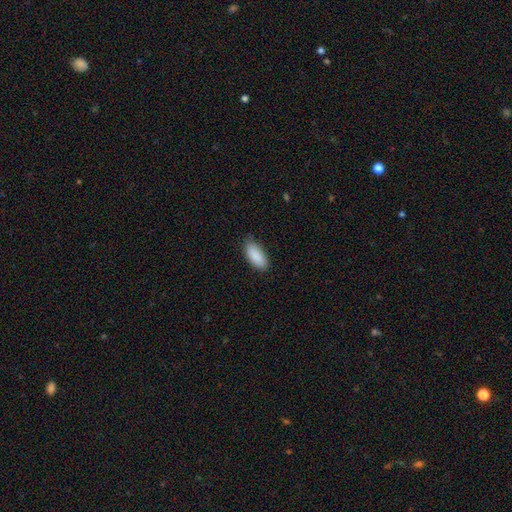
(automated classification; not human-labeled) Smooth or featured? Predicted: smooth (p=0.90). How rounded? Predicted: in between (p=0.86). Merging? Predicted: none (p=0.79).